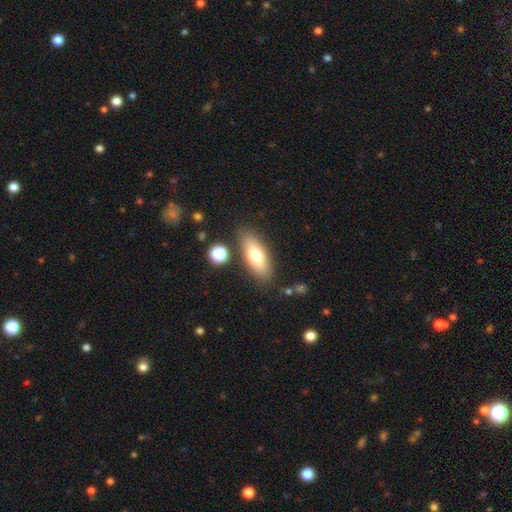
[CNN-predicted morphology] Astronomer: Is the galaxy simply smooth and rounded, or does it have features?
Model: smooth — 71%.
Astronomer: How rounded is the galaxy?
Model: in between — 70%.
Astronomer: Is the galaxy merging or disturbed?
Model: none — 83%.